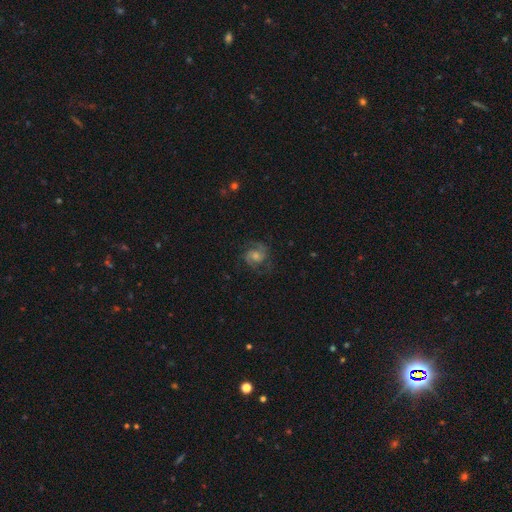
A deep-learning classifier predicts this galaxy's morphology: Smooth or featured?
  - featured or disk: 76% *
  - star or artifact: 12%
  - smooth: 12%
Edge-on disk?
  - no: 98% *
  - yes: 2%
Bar?
  - no: 55% *
  - weak: 37%
  - strong: 8%
Spiral arms?
  - yes: 96% *
  - no: 4%
Spiral winding?
  - medium: 52% *
  - tight: 35%
  - loose: 13%
Spiral arm count?
  - 2: 76% *
  - can't tell: 9%
  - 3: 8%
  - 1: 3%
  - 4: 2%
  - more than 4: 2%
Bulge size?
  - moderate: 48% *
  - small: 38%
  - large: 7%
  - none: 5%
  - dominant: 2%
Merging?
  - none: 76% *
  - minor disturbance: 14%
  - major disturbance: 9%
  - merger: 1%